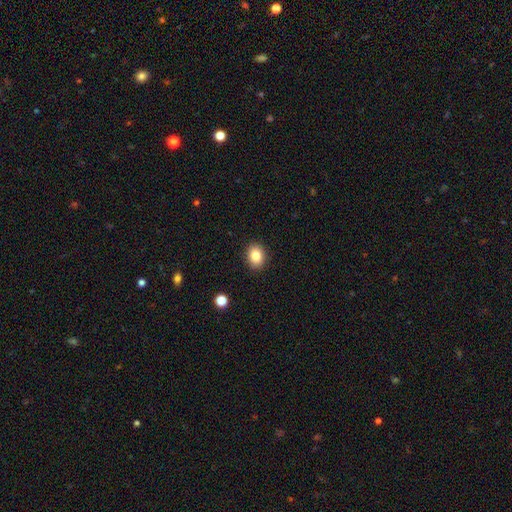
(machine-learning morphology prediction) smooth-or-featured: smooth: 84% | star or artifact: 9% | featured or disk: 7%
  how-rounded: in between: 58% | round: 42% | cigar-shaped: 1%
  merging: none: 90% | minor disturbance: 7% | major disturbance: 2% | merger: 1%